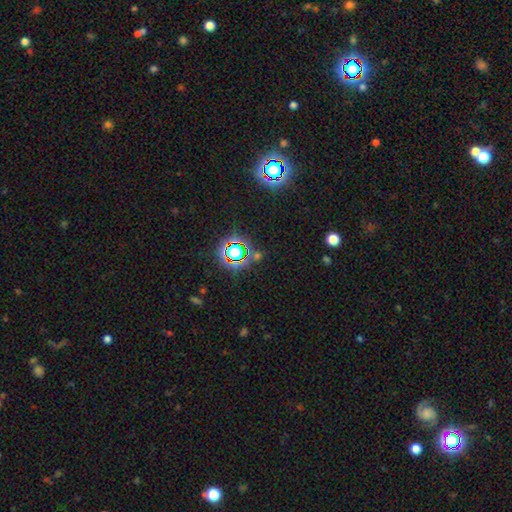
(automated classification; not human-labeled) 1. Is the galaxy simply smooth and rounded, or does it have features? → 73% star or artifact, 18% smooth, 9% featured or disk.